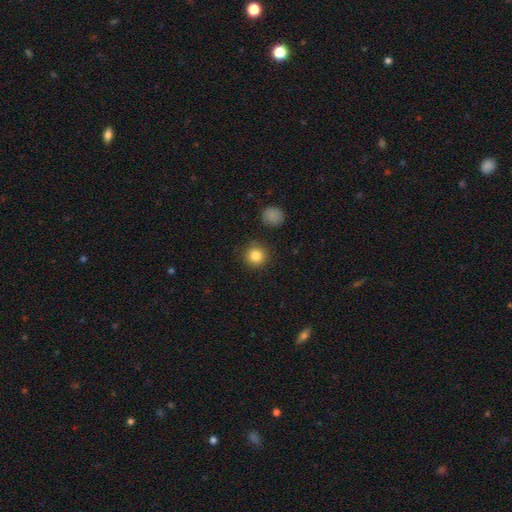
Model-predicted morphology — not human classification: smooth 84%, star or artifact 10%, featured or disk 5%. Down the decision tree: how rounded — round (94%); merging — none (88%).